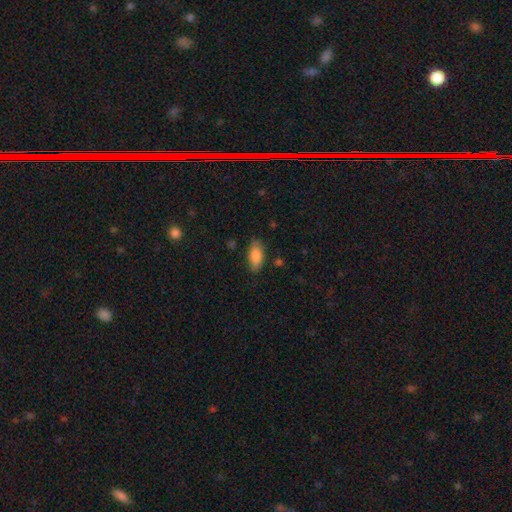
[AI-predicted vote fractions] Smooth or featured? smooth (82%)
How rounded? in between (89%)
Merging? none (79%)